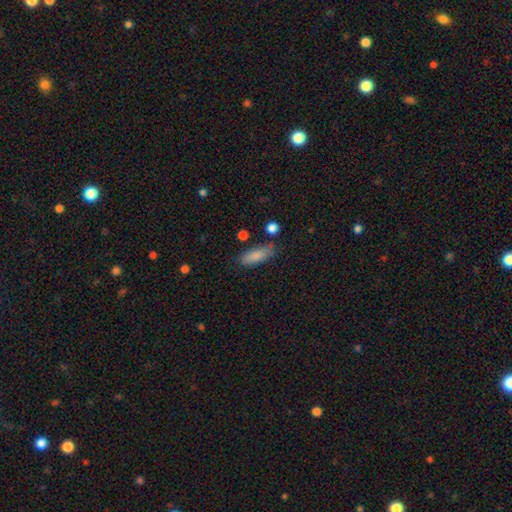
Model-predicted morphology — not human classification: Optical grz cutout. It shows a smooth galaxy with no disk features (85%) that is in between round and cigar-shaped (62%). Merging: none (74%).